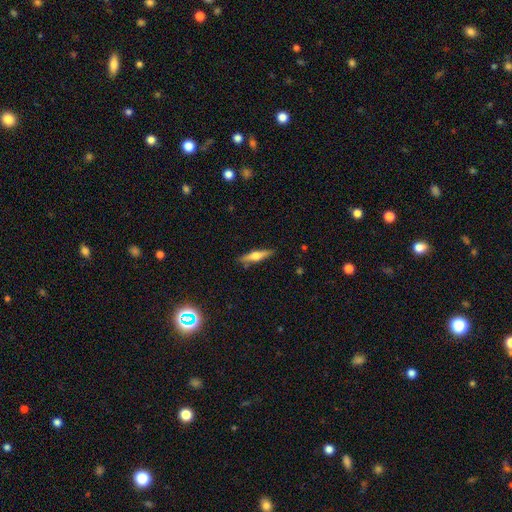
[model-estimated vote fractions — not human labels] The model was most divided on "smooth or featured": featured or disk: 51%, smooth: 43%, star or artifact: 7%. More confident: edge-on disk — yes (94%); merging — none (85%).